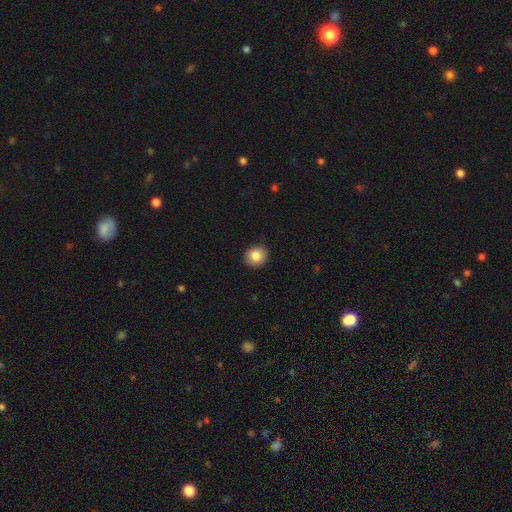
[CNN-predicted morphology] Smooth or featured?
  - smooth: 85% *
  - star or artifact: 9%
  - featured or disk: 6%
How rounded?
  - round: 80% *
  - in between: 19%
  - cigar-shaped: 1%
Merging?
  - none: 91% *
  - minor disturbance: 7%
  - major disturbance: 2%
  - merger: 1%